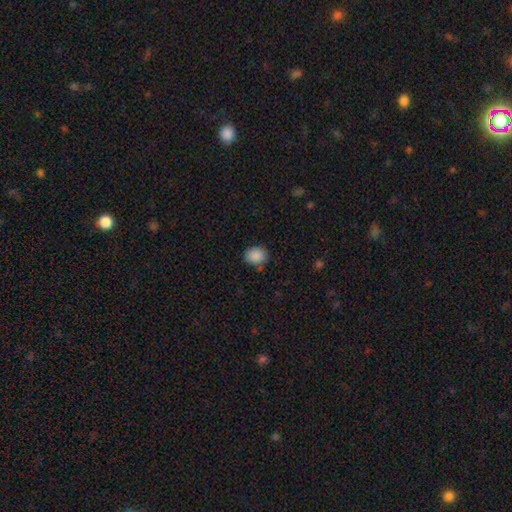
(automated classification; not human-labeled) Smooth or featured? Predicted: smooth (p=0.88). How rounded? Predicted: round (p=0.50). Merging? Predicted: none (p=0.81).